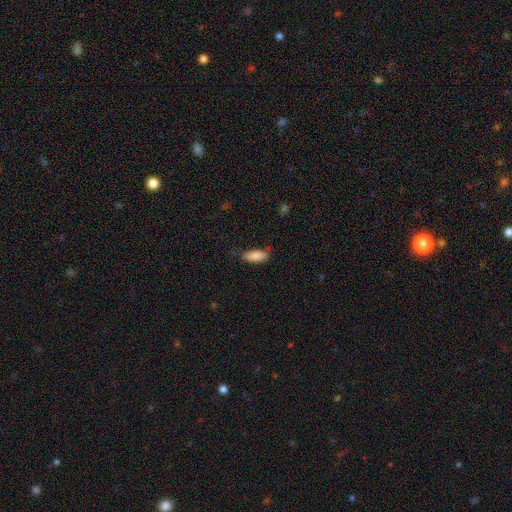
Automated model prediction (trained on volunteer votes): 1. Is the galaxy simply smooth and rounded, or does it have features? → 88% smooth, 6% star or artifact, 6% featured or disk.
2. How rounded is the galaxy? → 77% in between, 21% cigar-shaped, 2% round.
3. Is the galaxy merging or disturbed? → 77% none, 18% minor disturbance, 4% major disturbance, 1% merger.